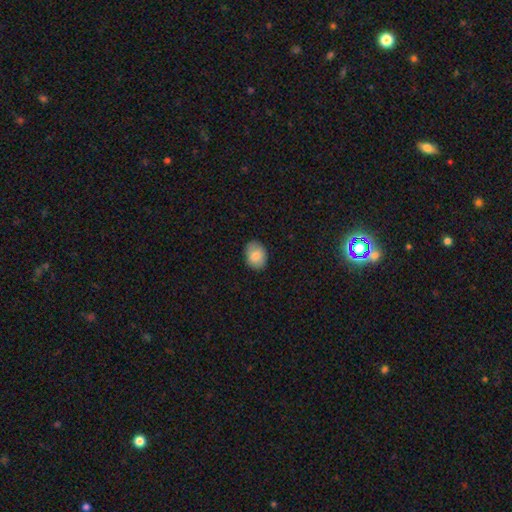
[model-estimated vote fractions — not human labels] This appears to be a smooth galaxy with no disk features (80%) that is in between round and cigar-shaped (65%). Merging: none (84%).